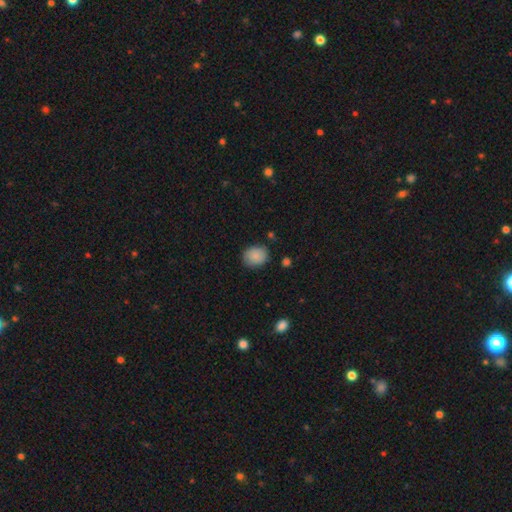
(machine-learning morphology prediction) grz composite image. It shows a smooth galaxy with no disk features (86%) that is round (55%). Merging: none (80%).